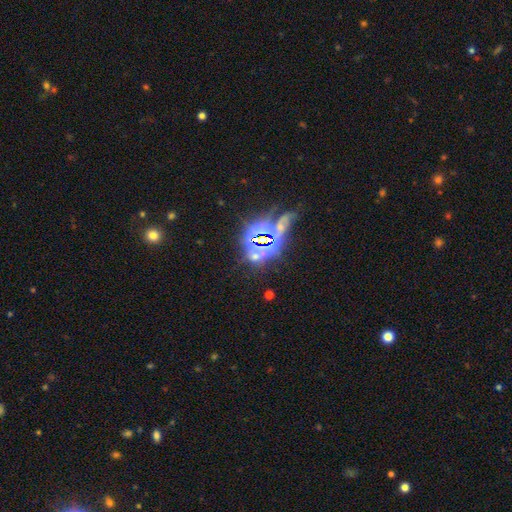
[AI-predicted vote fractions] Overall: star or artifact (69%).